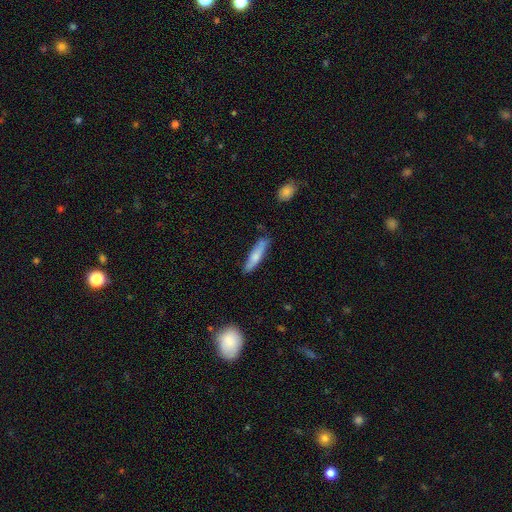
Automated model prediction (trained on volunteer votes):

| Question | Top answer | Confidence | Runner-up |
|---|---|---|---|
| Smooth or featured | smooth | 67% | featured or disk (27%) |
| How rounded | cigar-shaped | 83% | in between (15%) |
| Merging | none | 77% | minor disturbance (17%) |